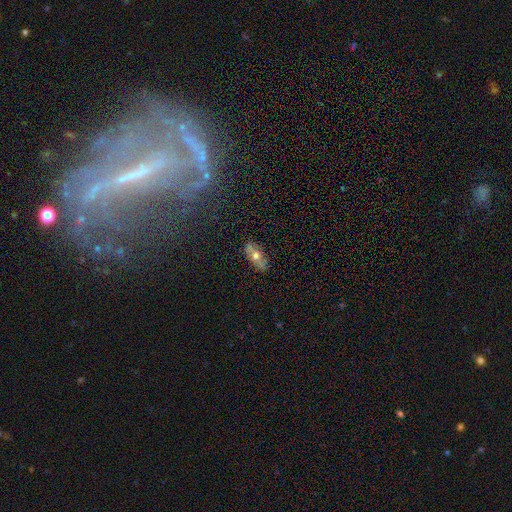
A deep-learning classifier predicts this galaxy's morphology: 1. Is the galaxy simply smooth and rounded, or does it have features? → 49% smooth, 42% featured or disk, 9% star or artifact.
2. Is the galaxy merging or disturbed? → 80% none, 14% minor disturbance, 3% major disturbance, 3% merger.